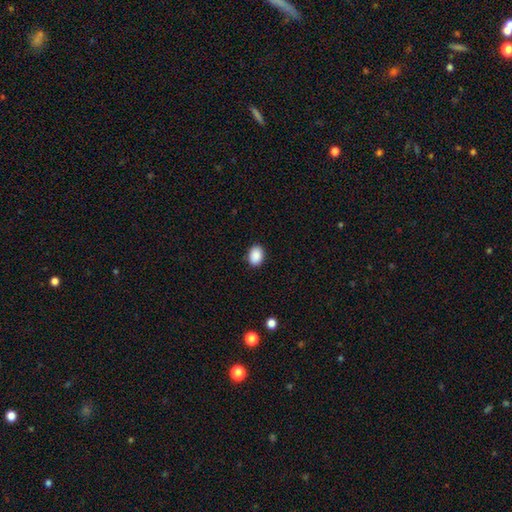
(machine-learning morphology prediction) A smooth galaxy with no disk features (90%) that is in between round and cigar-shaped (75%). Merging: none (89%).